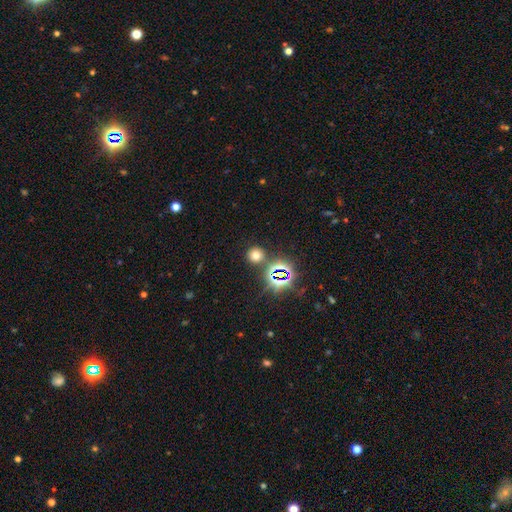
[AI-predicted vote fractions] This is likely a smooth galaxy (64%). How rounded: clearly round (89%). Merging: clearly none (83%).